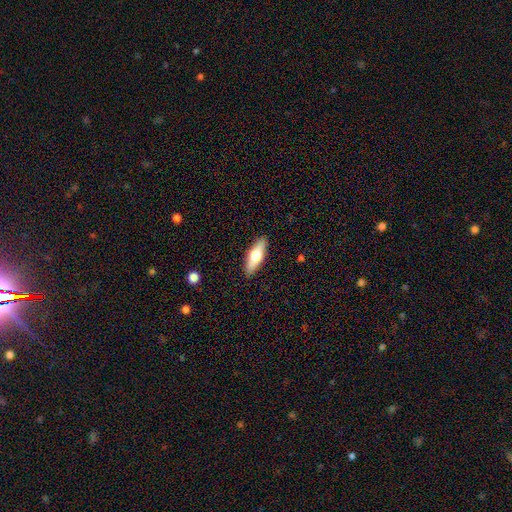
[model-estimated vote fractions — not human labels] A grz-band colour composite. It shows a smooth galaxy with no disk features (60%) that is in between round and cigar-shaped (55%). Merging: none (89%).